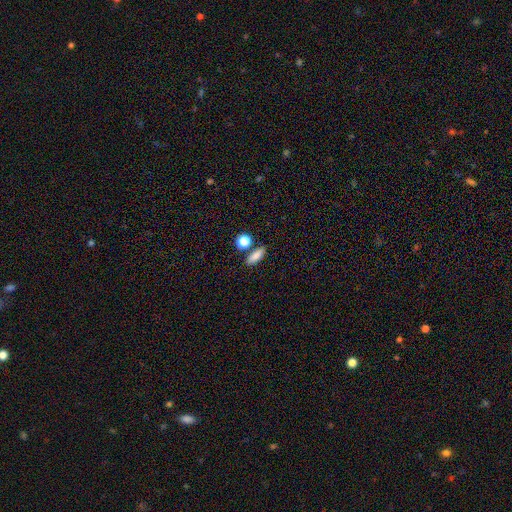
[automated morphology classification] Smooth or featured?
  - smooth: 84% *
  - star or artifact: 9%
  - featured or disk: 7%
How rounded?
  - in between: 62% *
  - cigar-shaped: 27%
  - round: 10%
Merging?
  - none: 74% *
  - minor disturbance: 11%
  - merger: 11%
  - major disturbance: 3%